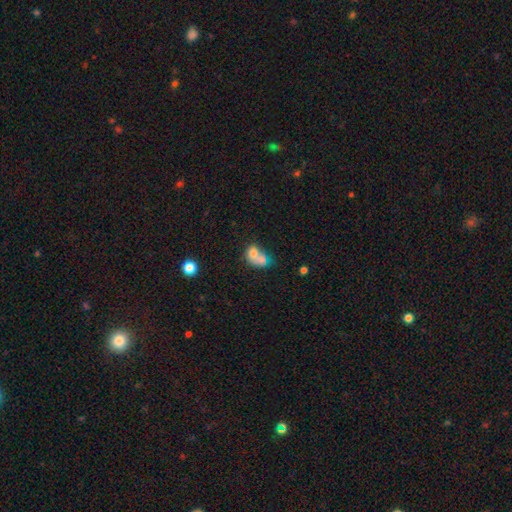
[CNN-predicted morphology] A smooth galaxy with no disk features (68%) that is in between round and cigar-shaped (58%). Merging: merger (61%).